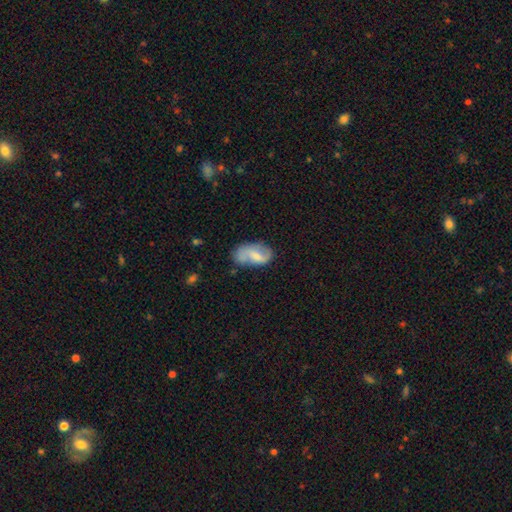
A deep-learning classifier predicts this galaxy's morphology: Smooth or featured? Predicted: smooth (p=0.50). Merging? Predicted: none (p=0.48).